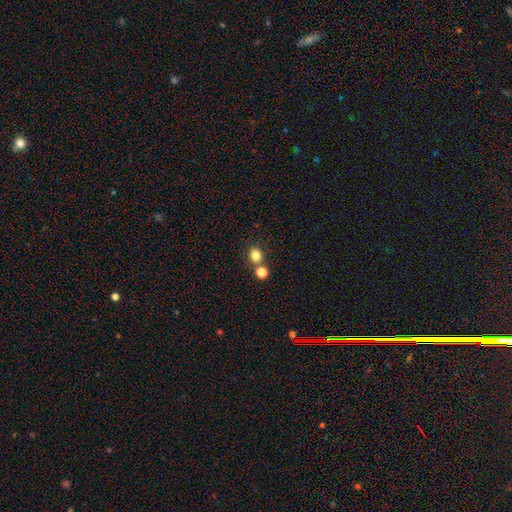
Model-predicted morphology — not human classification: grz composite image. It shows a smooth galaxy with no disk features (81%) that is round (68%). Merging: none (68%).